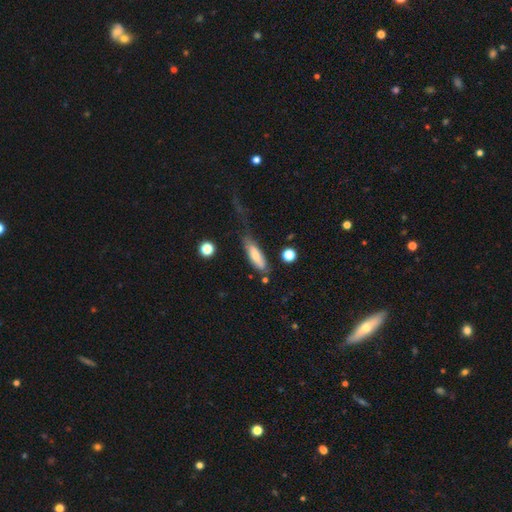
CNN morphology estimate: A smooth galaxy with no disk features (71%) that is in between round and cigar-shaped (49%, tied with cigar-shaped).

Vote fractions:
- Smooth or featured? smooth: 71% / featured or disk: 22% / star or artifact: 7%
- How rounded? in between: 49% (tied) / cigar-shaped: 49% (tied) / round: 2%
- Merging? none: 41% / minor disturbance: 29% / major disturbance: 24% / merger: 7%